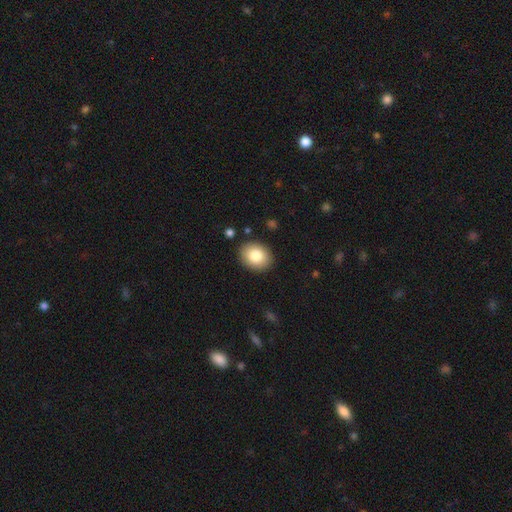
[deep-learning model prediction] A smooth galaxy with no disk features (82%) that is in between round and cigar-shaped (50%, tied with round). Merging: none (89%).